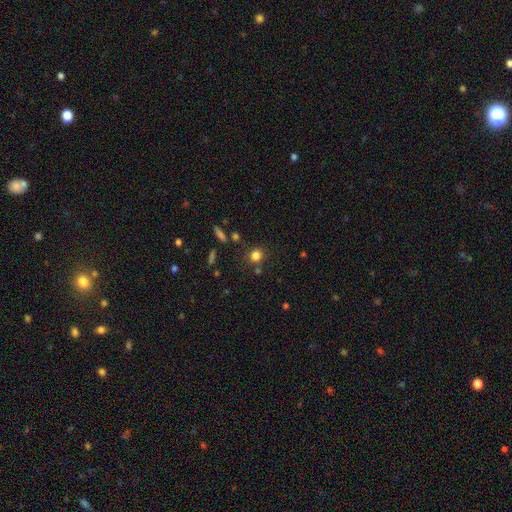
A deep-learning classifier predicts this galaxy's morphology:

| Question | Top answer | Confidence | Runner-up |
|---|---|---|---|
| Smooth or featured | smooth | 80% | star or artifact (14%) |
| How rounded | round | 88% | in between (11%) |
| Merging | none | 79% | minor disturbance (10%) |